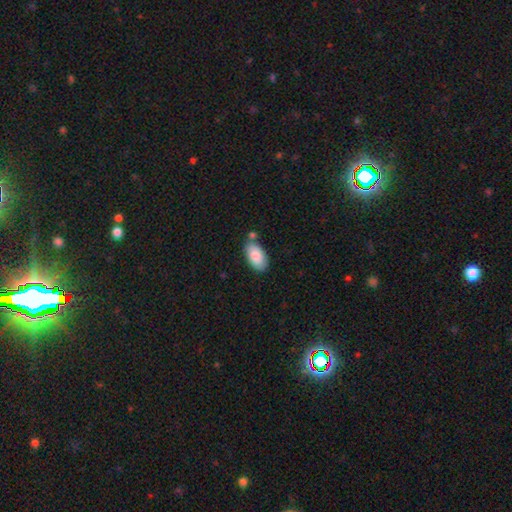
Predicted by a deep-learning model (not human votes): Smooth or featured: smooth — 86% (featured or disk — 8%)
How rounded: in between — 95% (cigar-shaped — 3%)
Merging: none — 72% (minor disturbance — 15%)